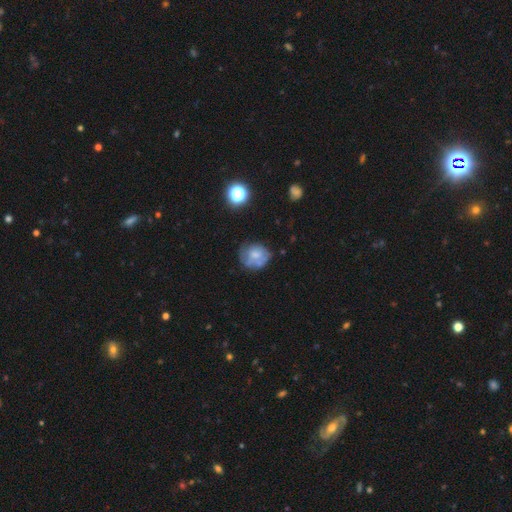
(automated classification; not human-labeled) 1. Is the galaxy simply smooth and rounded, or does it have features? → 50% smooth, 39% featured or disk, 11% star or artifact.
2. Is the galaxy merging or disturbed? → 54% none, 26% minor disturbance, 14% major disturbance, 5% merger.